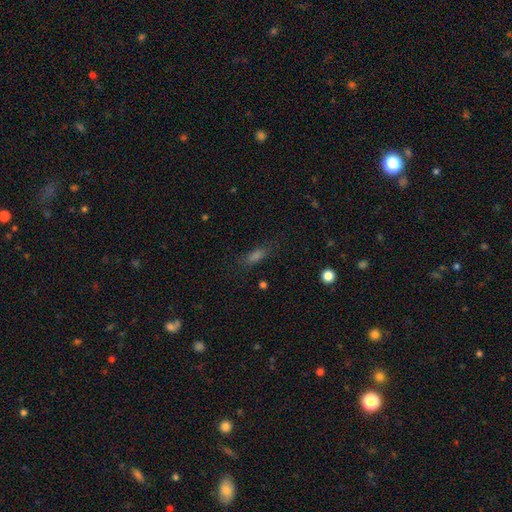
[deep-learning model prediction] Smooth or featured?
  - smooth: 63% *
  - star or artifact: 22%
  - featured or disk: 15%
How rounded?
  - in between: 53% *
  - cigar-shaped: 41%
  - round: 7%
Merging?
  - none: 75% *
  - minor disturbance: 16%
  - major disturbance: 8%
  - merger: 2%